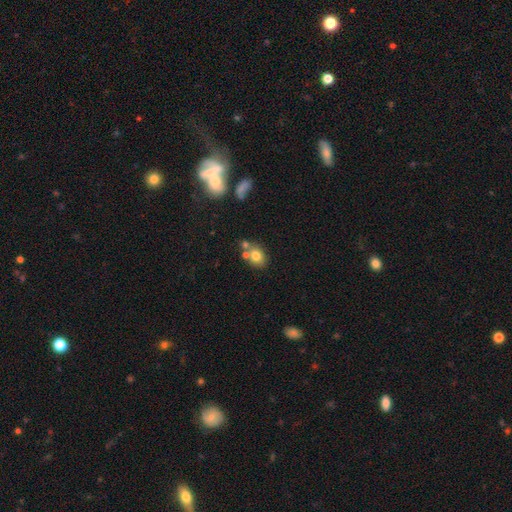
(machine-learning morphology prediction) Overall: smooth (76%). How rounded: in between (53%; round 46%). Merging: none (55%; merger 28%).